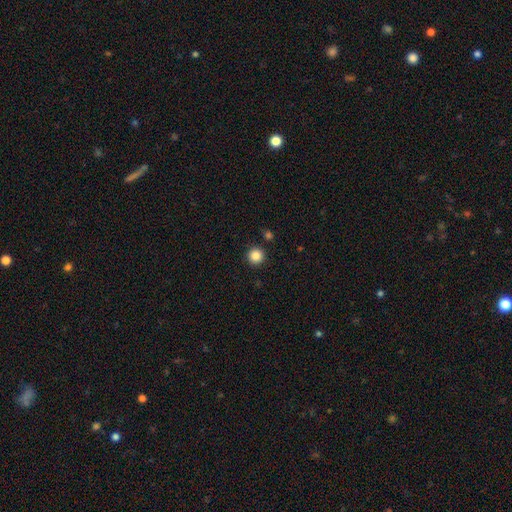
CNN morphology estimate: Q: Smooth or featured?
A: smooth (87%); runner-up: star or artifact (10%)
Q: How rounded?
A: round (96%); runner-up: in between (3%)
Q: Merging?
A: none (91%); runner-up: minor disturbance (5%)